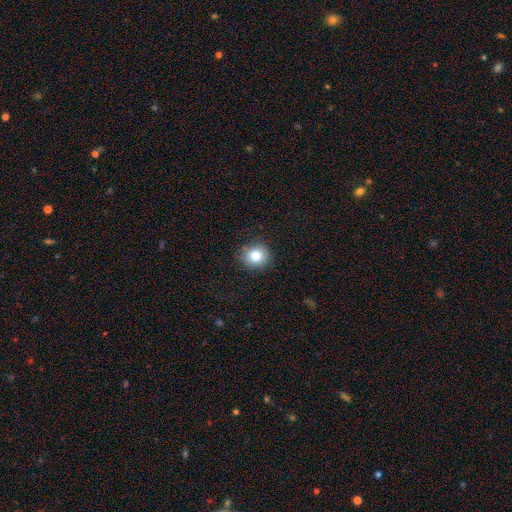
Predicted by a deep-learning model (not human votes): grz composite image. It shows a smooth galaxy with no disk features (80%) that is round (85%). Merging: none (86%).